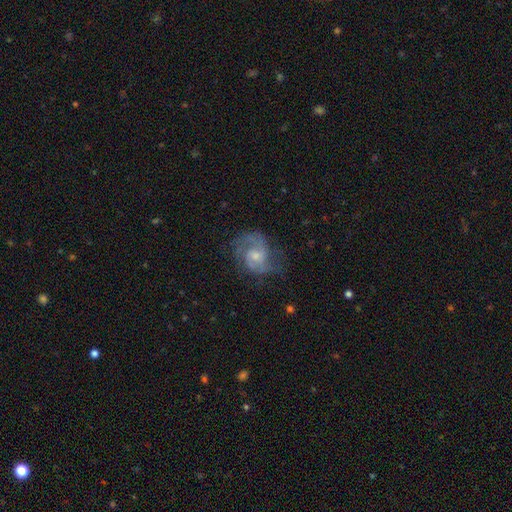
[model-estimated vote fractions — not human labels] Q: Smooth or featured?
A: featured or disk (78%); runner-up: smooth (15%)
Q: Edge-on disk?
A: no (98%); runner-up: yes (2%)
Q: Bar?
A: no (59%); runner-up: weak (36%)
Q: Spiral arms?
A: yes (93%); runner-up: no (7%)
Q: Spiral winding?
A: medium (51%); runner-up: tight (28%)
Q: Spiral arm count?
A: 2 (69%); runner-up: can't tell (13%)
Q: Bulge size?
A: small (48%); runner-up: moderate (41%)
Q: Merging?
A: none (59%); runner-up: minor disturbance (23%)